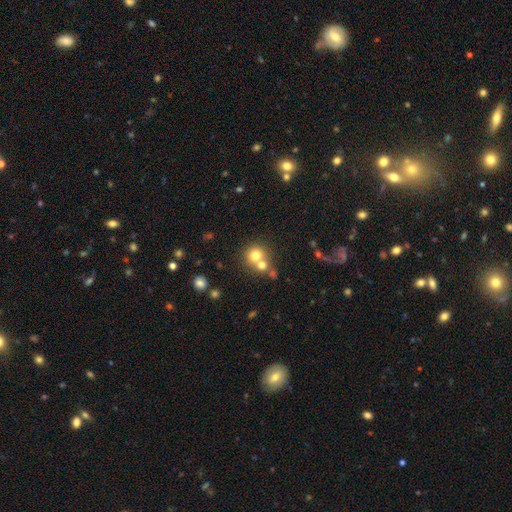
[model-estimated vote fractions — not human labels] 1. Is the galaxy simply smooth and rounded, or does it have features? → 72% smooth, 14% featured or disk, 14% star or artifact.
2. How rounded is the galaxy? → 87% round, 12% in between, 1% cigar-shaped.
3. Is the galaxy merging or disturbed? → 46% none, 45% merger, 6% minor disturbance, 3% major disturbance.